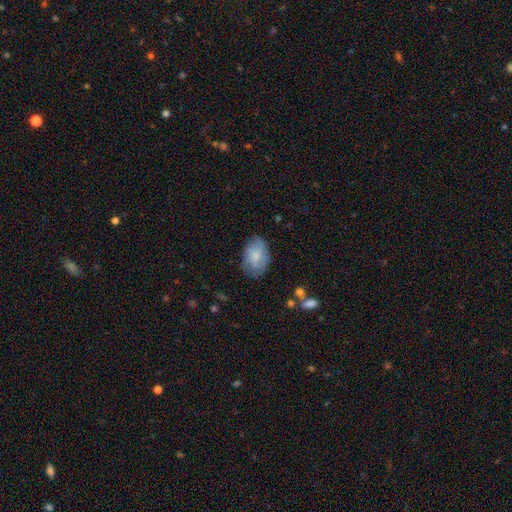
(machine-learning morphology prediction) Smooth or featured? Predicted: smooth (p=0.74). How rounded? Predicted: in between (p=0.88). Merging? Predicted: none (p=0.71).